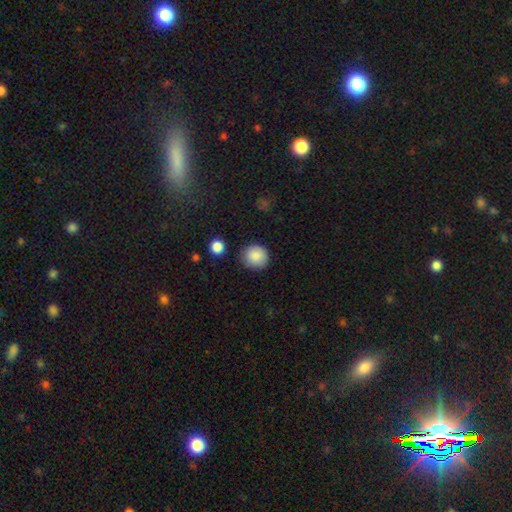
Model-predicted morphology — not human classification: A smooth galaxy with no disk features (88%) that is round (88%).

Vote fractions:
- Smooth or featured? smooth: 88% / star or artifact: 8% / featured or disk: 4%
- How rounded? round: 88% / in between: 11% / cigar-shaped: 1%
- Merging? none: 83% / minor disturbance: 12% / major disturbance: 3% / merger: 2%